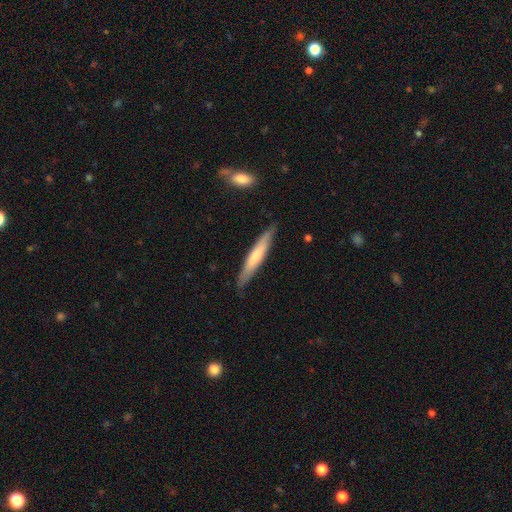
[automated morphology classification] Smooth or featured? smooth (57%)
How rounded? cigar-shaped (93%)
Merging? none (85%)